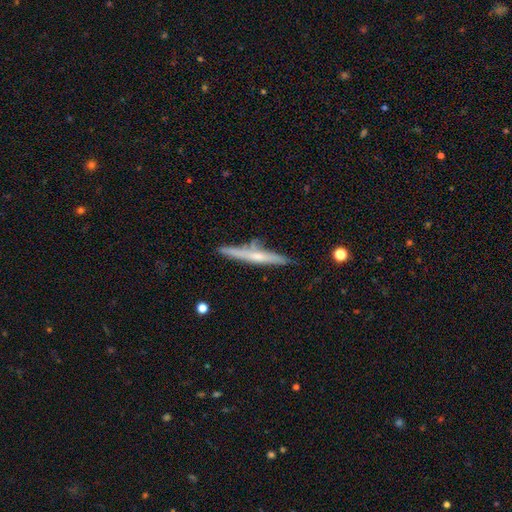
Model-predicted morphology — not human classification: smooth_or_featured: featured or disk (p=0.56) [alt: smooth p=0.38]
disk_edge_on: yes (p=0.94) [alt: no p=0.06]
edge_on_bulge: rounded (p=0.55) [alt: none p=0.39]
merging: none (p=0.74) [alt: minor disturbance p=0.16]